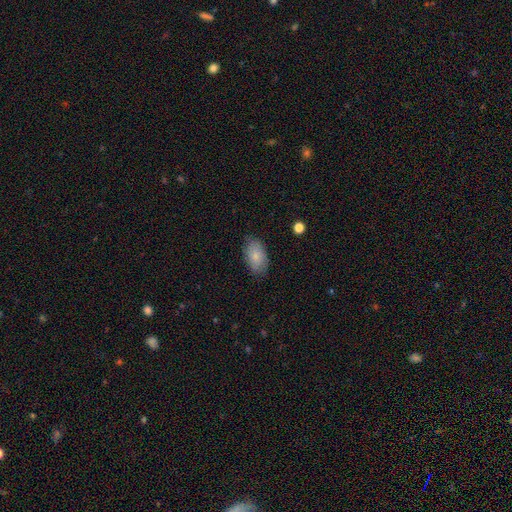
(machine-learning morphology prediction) Smooth or featured: smooth — 84% (featured or disk — 9%)
How rounded: in between — 93% (round — 5%)
Merging: none — 83% (minor disturbance — 13%)